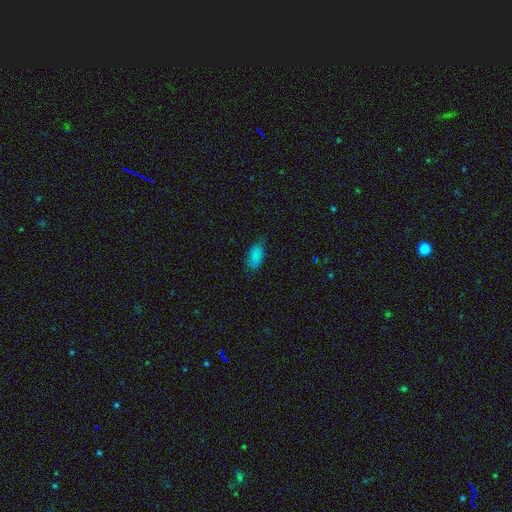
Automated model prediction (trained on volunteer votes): A smooth galaxy with no disk features (83%) that is in between round and cigar-shaped (92%). Merging: none (67%).